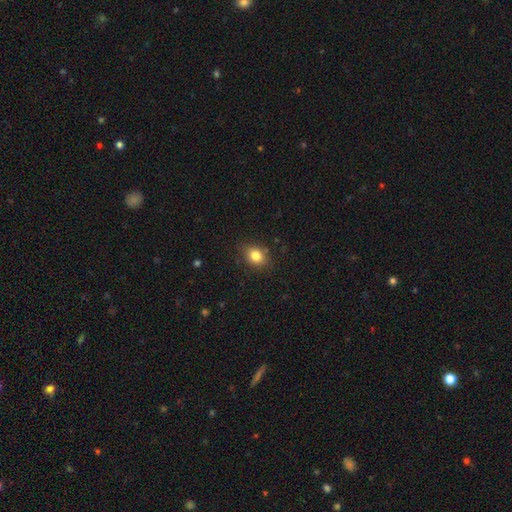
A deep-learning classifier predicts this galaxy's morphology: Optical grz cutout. It shows a smooth galaxy with no disk features (82%) that is in between round and cigar-shaped (55%). Merging: none (83%).